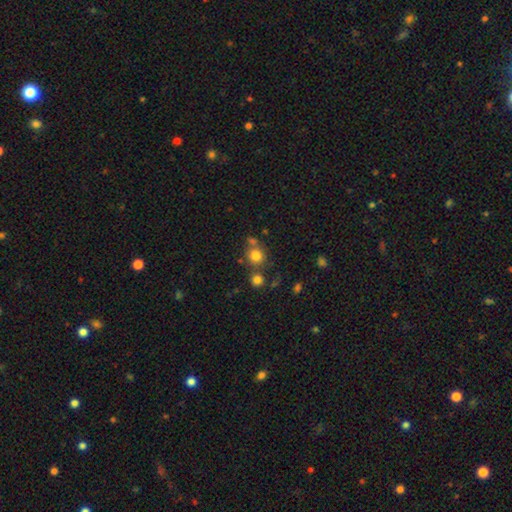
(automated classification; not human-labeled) Smooth or featured? smooth (78%)
How rounded? round (86%)
Merging? none (63%)